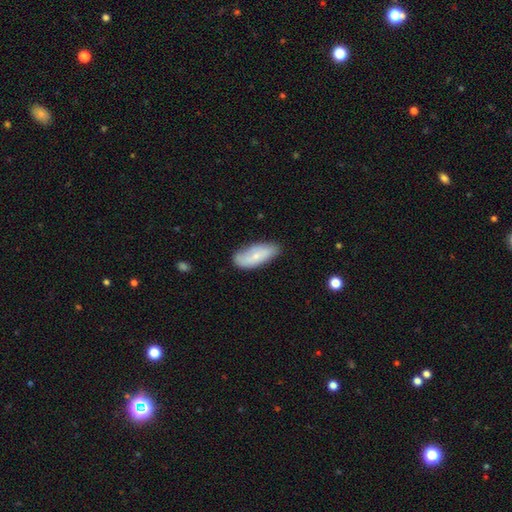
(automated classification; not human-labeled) smooth_or_featured: smooth (p=0.65) [alt: featured or disk p=0.28]
how_rounded: in between (p=0.83) [alt: cigar-shaped p=0.15]
merging: none (p=0.70) [alt: minor disturbance p=0.23]